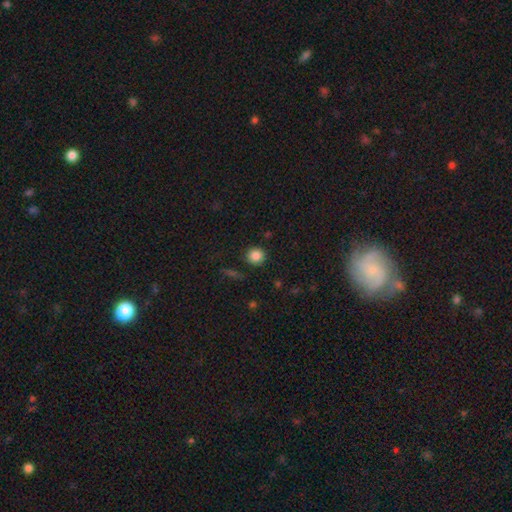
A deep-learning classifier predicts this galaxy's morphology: smooth 85%, star or artifact 11%, featured or disk 4%. Down the decision tree: how rounded — round (92%); merging — none (89%).